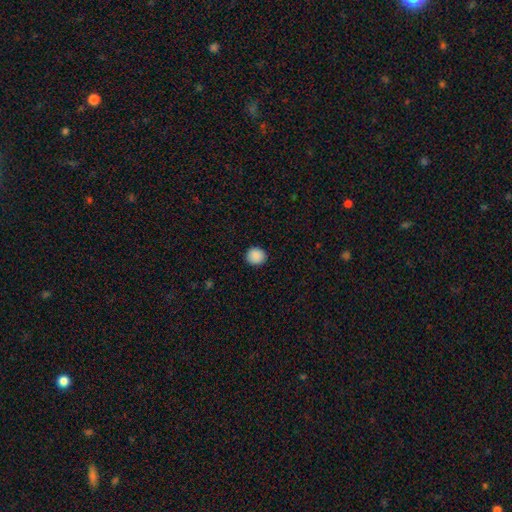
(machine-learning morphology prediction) smooth_or_featured: smooth (p=0.89) [alt: star or artifact p=0.09]
how_rounded: round (p=0.87) [alt: in between p=0.12]
merging: none (p=0.91) [alt: minor disturbance p=0.06]